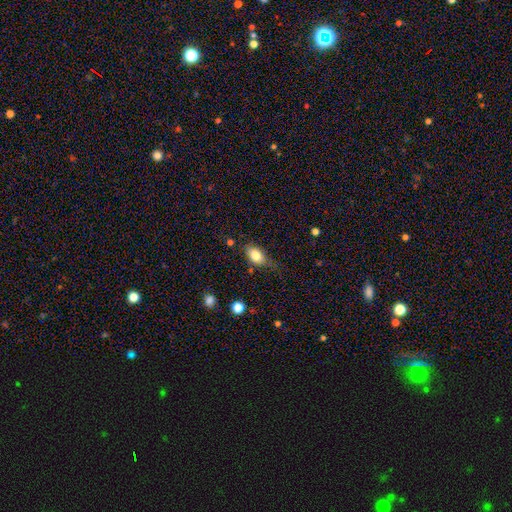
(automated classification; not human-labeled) The model was most divided on "merging": none: 58%, minor disturbance: 29%, major disturbance: 10%, merger: 3%. More confident: how rounded — in between (81%); smooth or featured — smooth (81%).